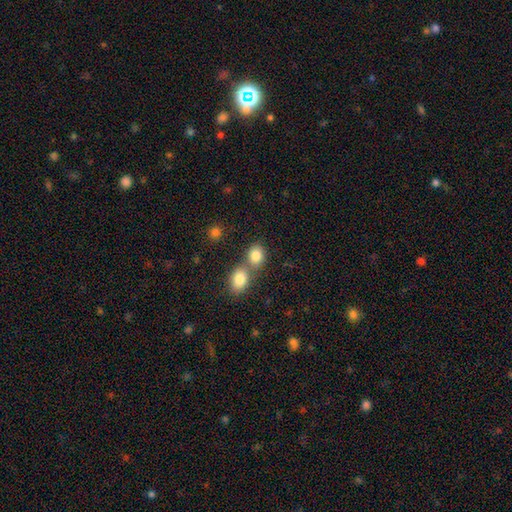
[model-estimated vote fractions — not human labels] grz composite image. It shows a smooth galaxy with no disk features (84%) that is in between round and cigar-shaped (50%). Merging: merger (48%).